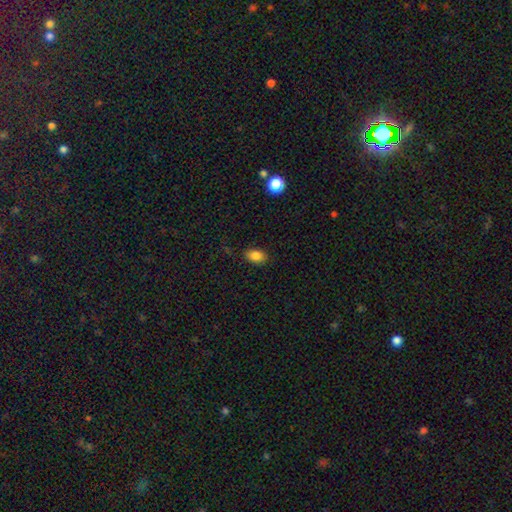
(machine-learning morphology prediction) A smooth galaxy with no disk features (85%) that is in between round and cigar-shaped (83%).

Vote fractions:
- Smooth or featured? smooth: 85% / star or artifact: 10% / featured or disk: 6%
- How rounded? in between: 83% / round: 15% / cigar-shaped: 1%
- Merging? none: 83% / minor disturbance: 13% / major disturbance: 3% / merger: 1%